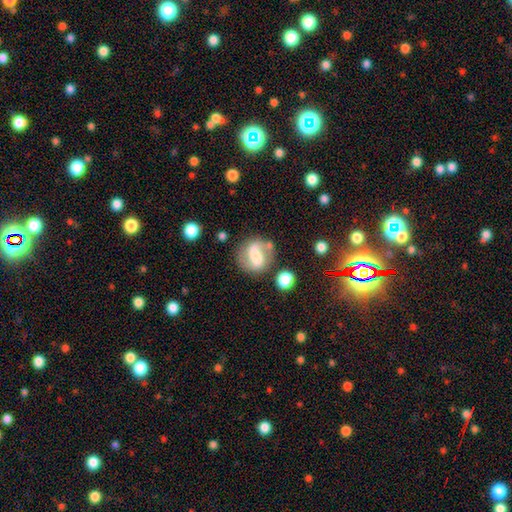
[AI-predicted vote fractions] smooth-or-featured: featured or disk: 60% | smooth: 32% | star or artifact: 8%
  disk-edge-on: no: 96% | yes: 4%
    bar: strong: 44% | weak: 36% | no: 20%
    has-spiral-arms: yes: 81% | no: 19%
    bulge-size: moderate: 35% | small: 24% | large: 19% | none: 18% | dominant: 5%
  merging: none: 66% | minor disturbance: 17% | major disturbance: 9% | merger: 8%